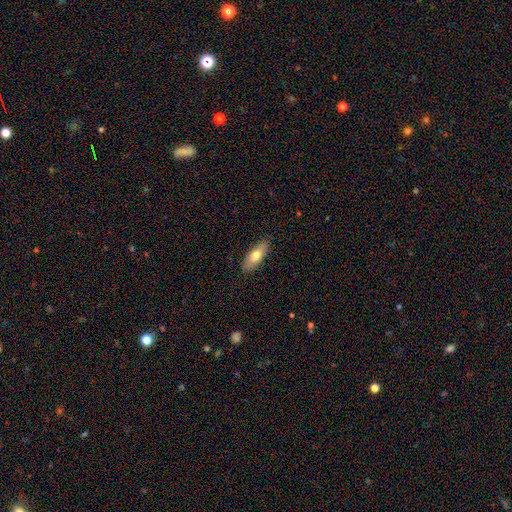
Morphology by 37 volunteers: Q: Smooth or featured?
A: smooth (78%); runner-up: featured or disk (16%)
Q: How rounded?
A: in between (69%); runner-up: cigar-shaped (31%)
Q: Merging?
A: none (91%); runner-up: minor disturbance (6%)